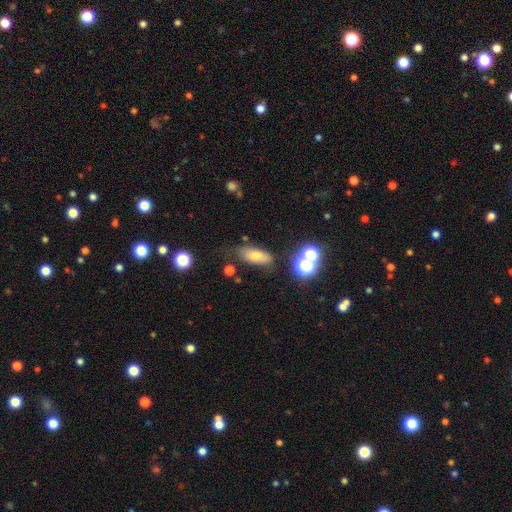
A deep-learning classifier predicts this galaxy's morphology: This is likely a smooth galaxy (67%). How rounded: likely in between (74%). Merging: likely none (68%).